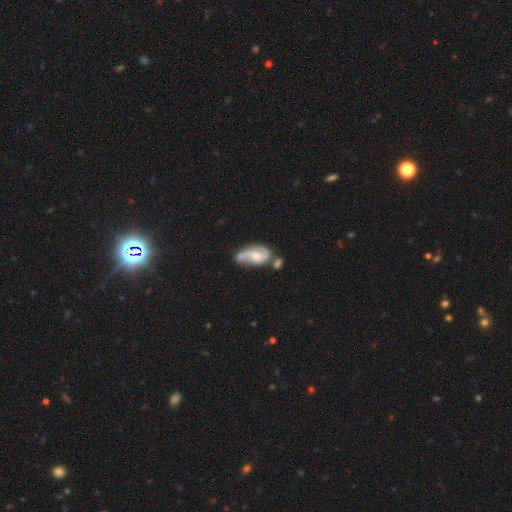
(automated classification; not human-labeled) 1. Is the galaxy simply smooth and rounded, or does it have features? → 70% featured or disk, 24% smooth, 6% star or artifact.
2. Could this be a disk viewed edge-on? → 96% no, 4% yes.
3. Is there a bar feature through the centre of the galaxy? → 57% no, 35% weak, 8% strong.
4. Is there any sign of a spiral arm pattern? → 90% yes, 10% no.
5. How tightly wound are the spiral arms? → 44% medium, 37% loose, 19% tight.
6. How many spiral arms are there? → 77% 2, 11% 1, 8% can't tell, 2% 3, 1% 4, 1% more than 4.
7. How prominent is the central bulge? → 49% moderate, 30% small, 10% large, 9% none, 2% dominant.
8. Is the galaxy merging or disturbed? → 34% none, 32% merger, 21% minor disturbance, 13% major disturbance.